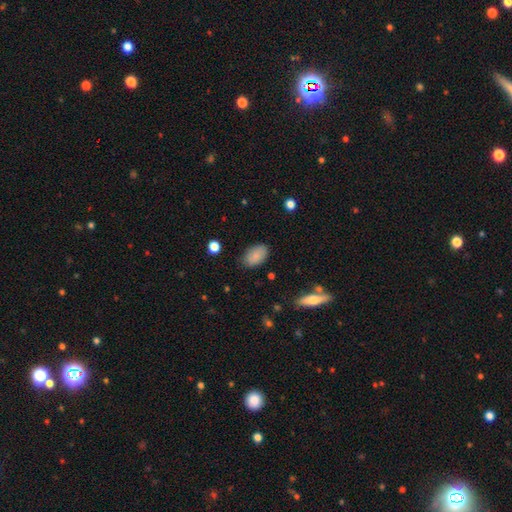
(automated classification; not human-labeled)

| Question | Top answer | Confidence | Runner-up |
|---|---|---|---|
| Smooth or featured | smooth | 86% | star or artifact (7%) |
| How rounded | in between | 92% | round (7%) |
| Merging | none | 81% | minor disturbance (14%) |